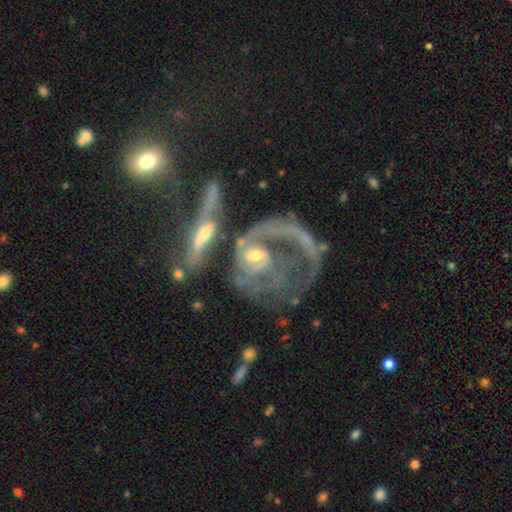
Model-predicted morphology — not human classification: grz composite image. It shows a featured or disk galaxy (79%) with no bar (52%), 1 (43%) loose (38%) spiral arms (71%) and a moderate central bulge (49%). Merging: merger (49%).